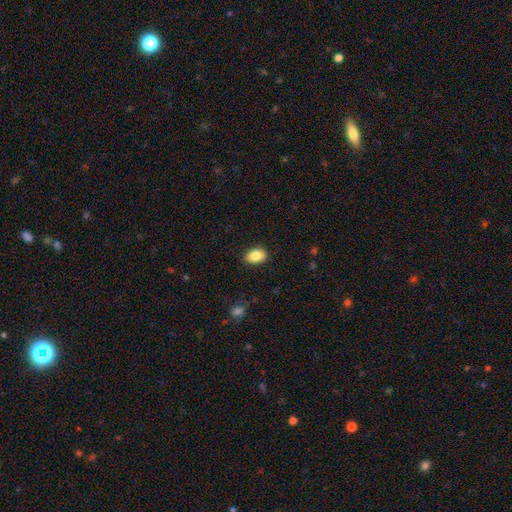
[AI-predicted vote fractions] Morphology: type=smooth (86%); roundness=in between (84%); merging=none (87%).